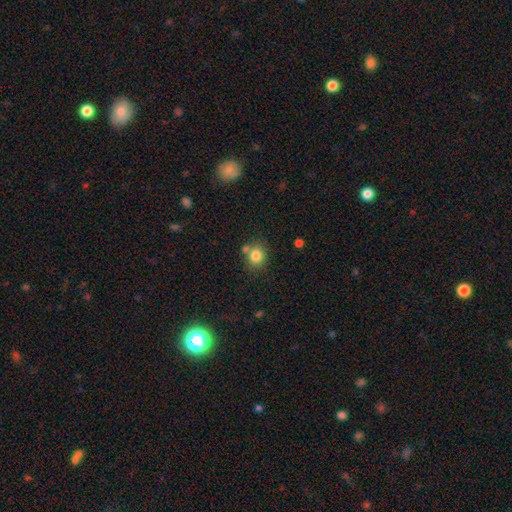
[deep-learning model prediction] This appears to be a smooth galaxy with no disk features (82%) that is round (70%). Merging: none (67%).